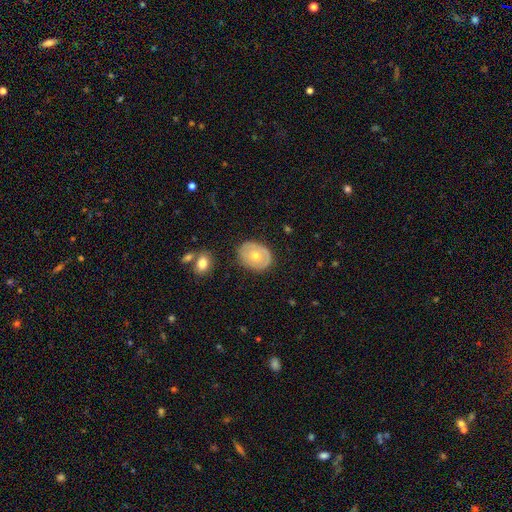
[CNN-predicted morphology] This appears to be a smooth galaxy with no disk features (49%). Merging: none (79%).